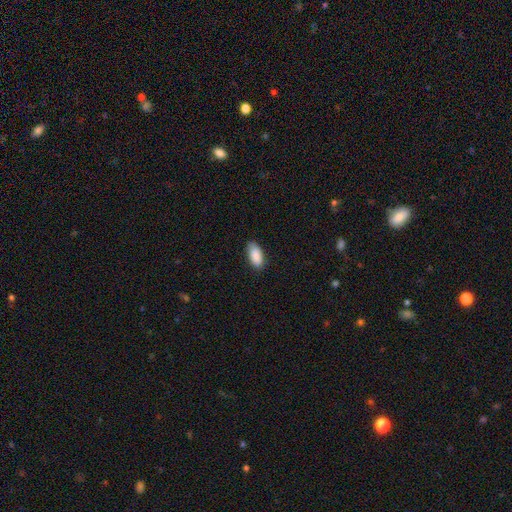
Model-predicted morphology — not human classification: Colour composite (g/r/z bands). It shows a smooth galaxy with no disk features (90%) that is in between round and cigar-shaped (92%). Merging: none (83%).